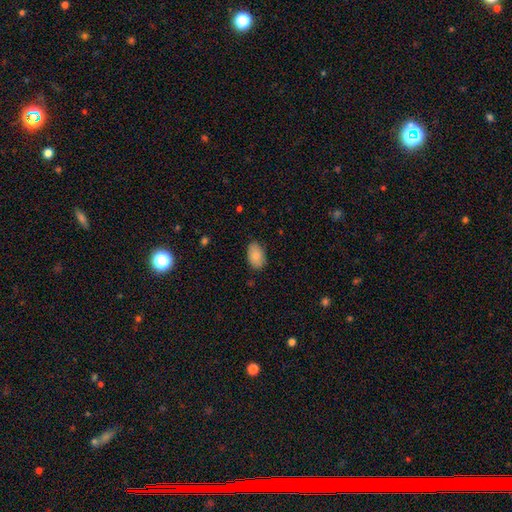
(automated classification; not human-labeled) Overall: smooth (84%). How rounded: in between (91%). Merging: none (84%).